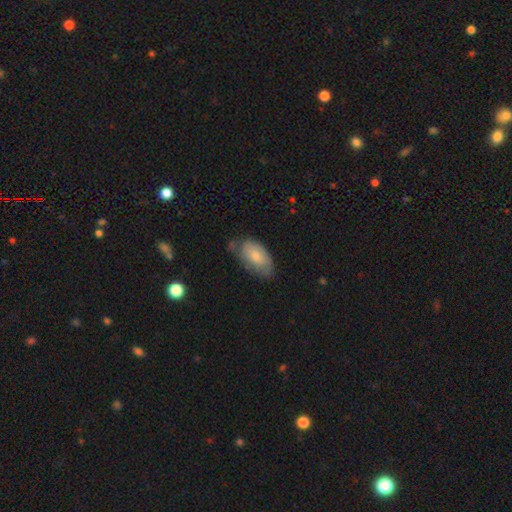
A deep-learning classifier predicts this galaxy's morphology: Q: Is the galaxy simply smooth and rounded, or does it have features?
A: smooth — 71%.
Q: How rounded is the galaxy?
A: in between — 94%.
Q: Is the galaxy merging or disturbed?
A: none — 50%.